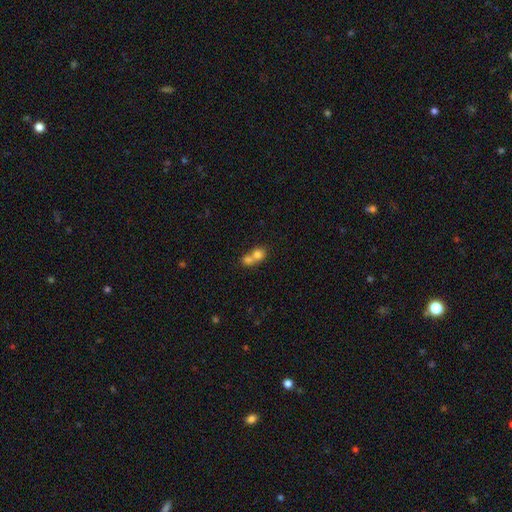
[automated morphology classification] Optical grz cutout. It shows a smooth galaxy with no disk features (75%) that is round (70%). Merging: merger (71%).